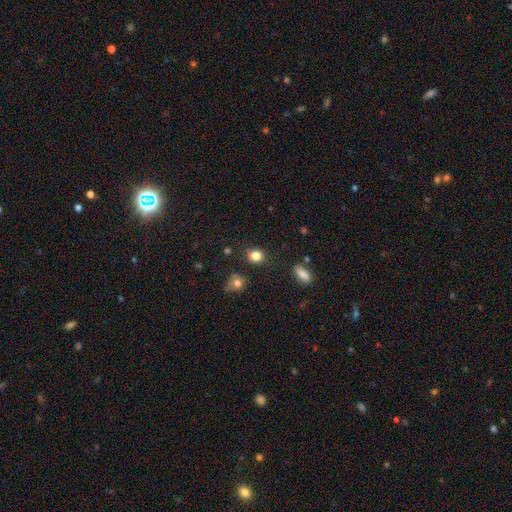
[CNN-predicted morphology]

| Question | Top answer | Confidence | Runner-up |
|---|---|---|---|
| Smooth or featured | smooth | 83% | star or artifact (12%) |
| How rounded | round | 70% | in between (28%) |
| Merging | none | 82% | minor disturbance (12%) |